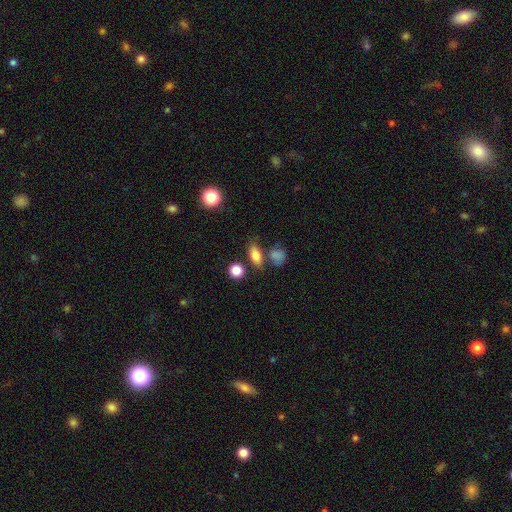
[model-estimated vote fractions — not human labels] Overall: smooth (79%). How rounded: in between (76%). Merging: none (69%).